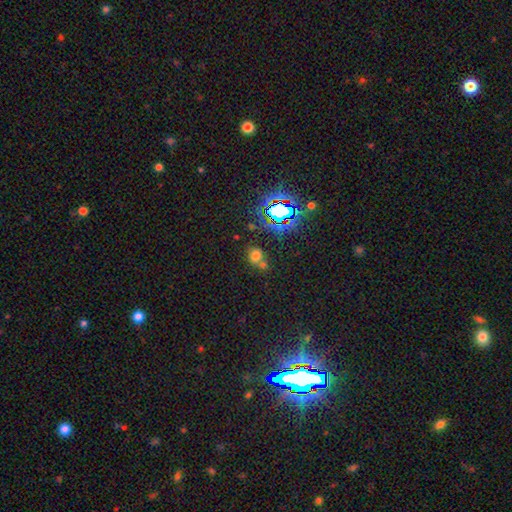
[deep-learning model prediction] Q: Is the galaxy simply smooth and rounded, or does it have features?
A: smooth — 61%.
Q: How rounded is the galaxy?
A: round — 71%.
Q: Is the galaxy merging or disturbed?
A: none — 57%.